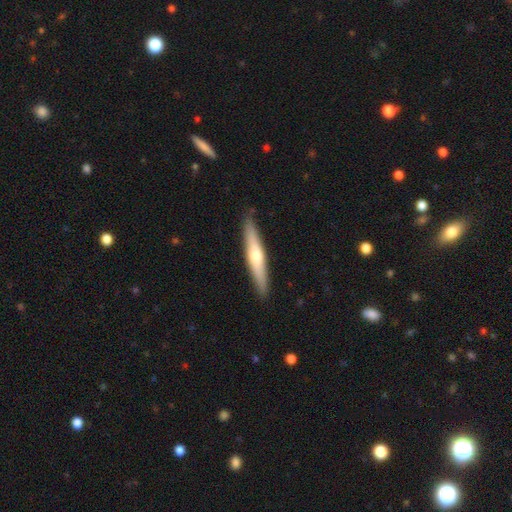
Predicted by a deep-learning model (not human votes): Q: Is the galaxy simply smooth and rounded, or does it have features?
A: featured or disk — 49%.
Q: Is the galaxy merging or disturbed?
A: none — 89%.